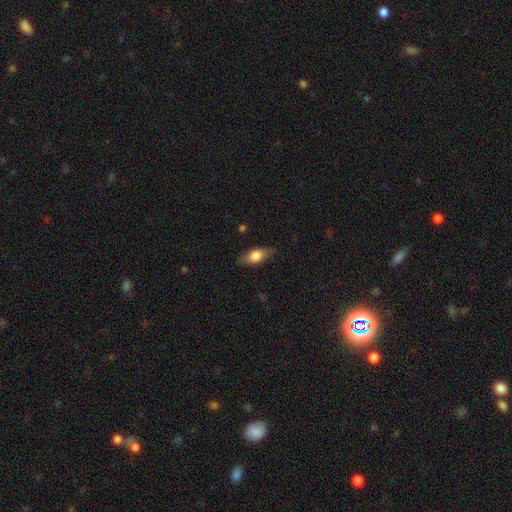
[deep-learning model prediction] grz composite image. It shows a smooth galaxy with no disk features (63%) that is in between round and cigar-shaped (73%). Merging: none (81%).